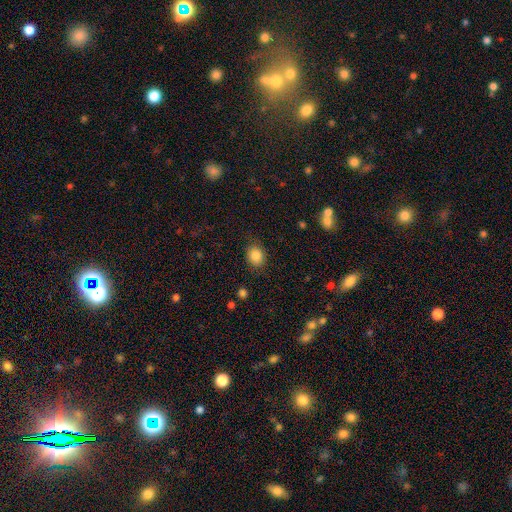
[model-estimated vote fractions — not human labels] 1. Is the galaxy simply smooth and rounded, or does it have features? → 85% smooth, 9% star or artifact, 5% featured or disk.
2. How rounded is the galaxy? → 56% round, 43% in between, 1% cigar-shaped.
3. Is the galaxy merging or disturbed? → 82% none, 13% minor disturbance, 4% major disturbance, 1% merger.